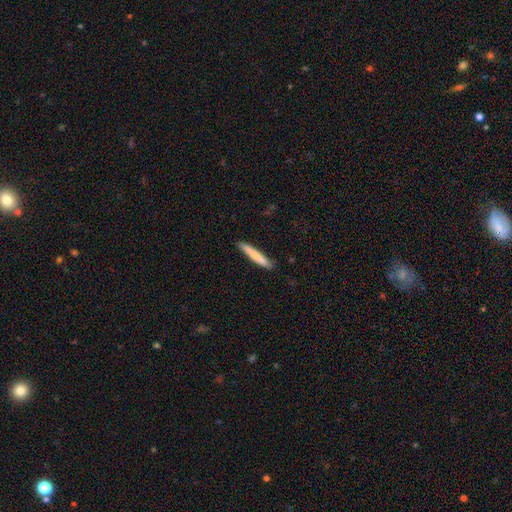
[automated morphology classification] smooth_or_featured: smooth (p=0.79) [alt: featured or disk p=0.15]
how_rounded: cigar-shaped (p=0.95) [alt: in between p=0.04]
merging: none (p=0.88) [alt: minor disturbance p=0.09]